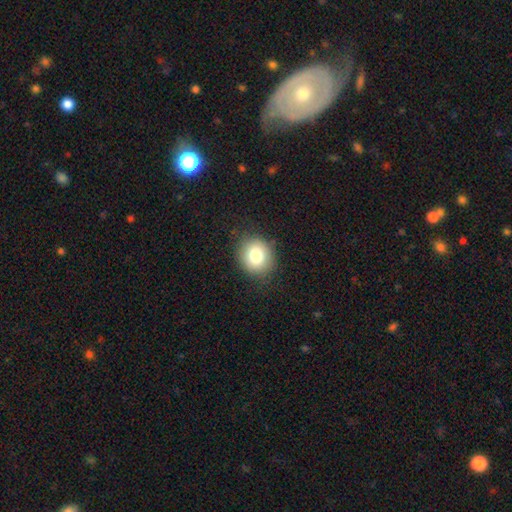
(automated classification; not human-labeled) Smooth or featured? smooth (79%)
How rounded? round (73%)
Merging? none (86%)